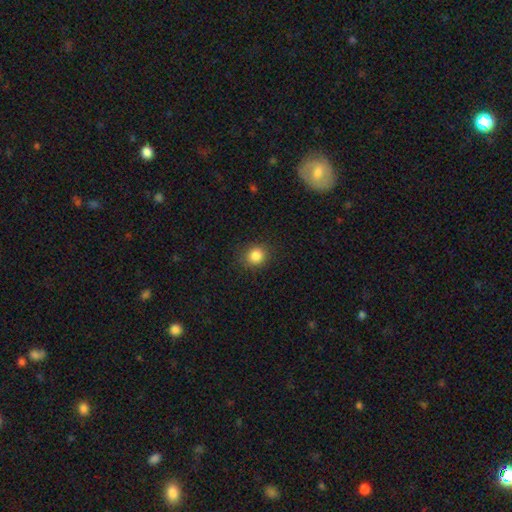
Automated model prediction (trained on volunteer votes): This appears to be a smooth galaxy with no disk features (85%) that is round (85%). Merging: none (88%).